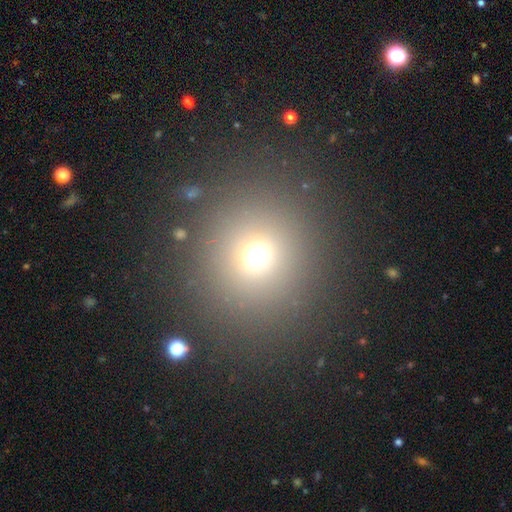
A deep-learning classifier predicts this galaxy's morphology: Smooth or featured? Predicted: smooth (p=0.67). How rounded? Predicted: round (p=0.90). Merging? Predicted: none (p=0.85).